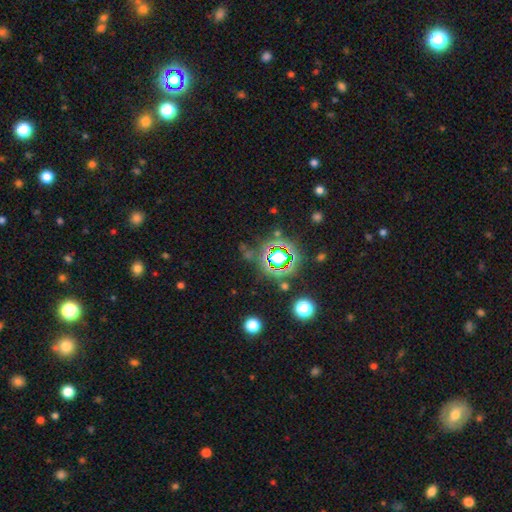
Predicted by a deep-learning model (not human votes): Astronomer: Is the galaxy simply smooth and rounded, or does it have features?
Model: star or artifact — 79%.